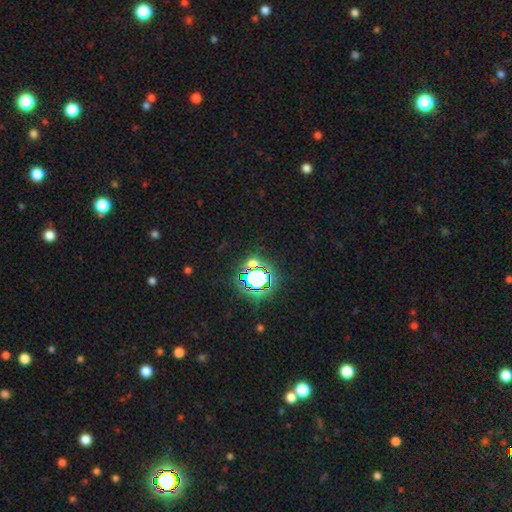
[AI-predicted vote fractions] The model was most divided on "smooth or featured": star or artifact: 76%, smooth: 16%, featured or disk: 8%.